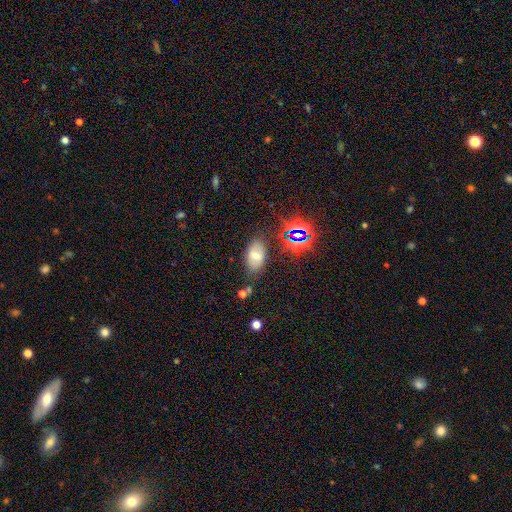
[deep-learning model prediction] The model was most divided on "smooth or featured": smooth: 56%, featured or disk: 24%, star or artifact: 20%. More confident: how rounded — in between (91%); merging — none (76%).